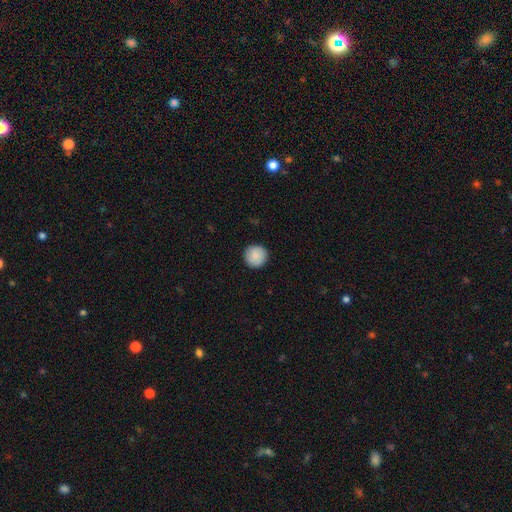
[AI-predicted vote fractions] smooth_or_featured: smooth (p=0.89) [alt: star or artifact p=0.06]
how_rounded: round (p=0.95) [alt: in between p=0.04]
merging: none (p=0.91) [alt: minor disturbance p=0.06]